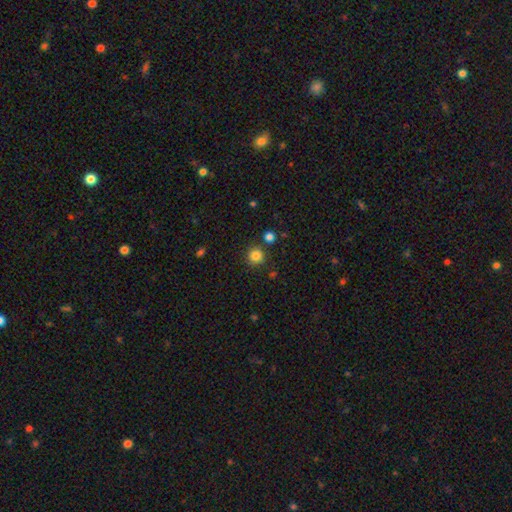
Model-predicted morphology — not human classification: The model was most divided on "smooth or featured": smooth: 84%, star or artifact: 12%, featured or disk: 4%. More confident: how rounded — round (94%); merging — none (86%).